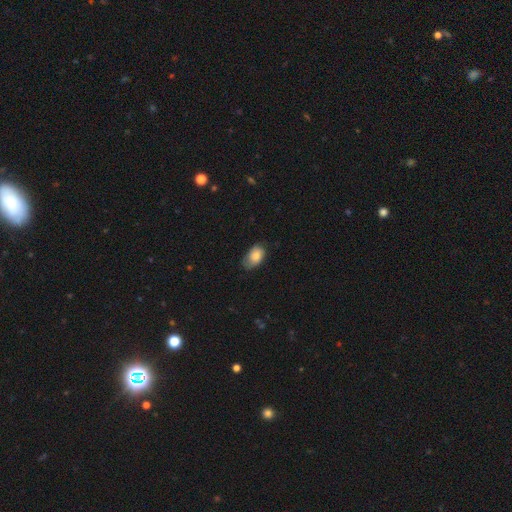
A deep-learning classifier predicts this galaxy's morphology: Smooth or featured? Predicted: smooth (p=0.78). How rounded? Predicted: in between (p=0.89). Merging? Predicted: none (p=0.59).